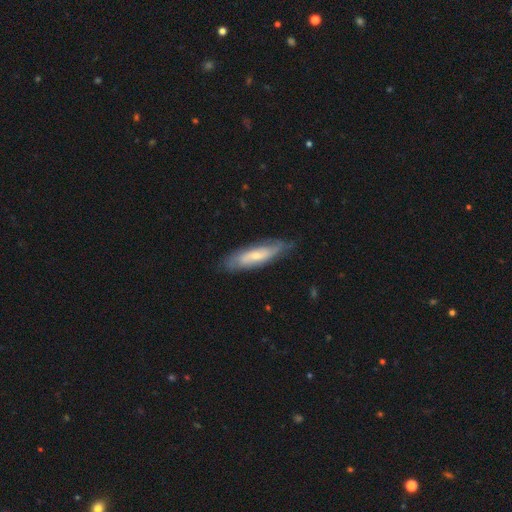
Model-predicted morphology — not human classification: smooth-or-featured: featured or disk: 56% | smooth: 38% | star or artifact: 6%
  disk-edge-on: no: 68% | yes: 32%
  merging: none: 74% | minor disturbance: 20% | major disturbance: 4% | merger: 2%